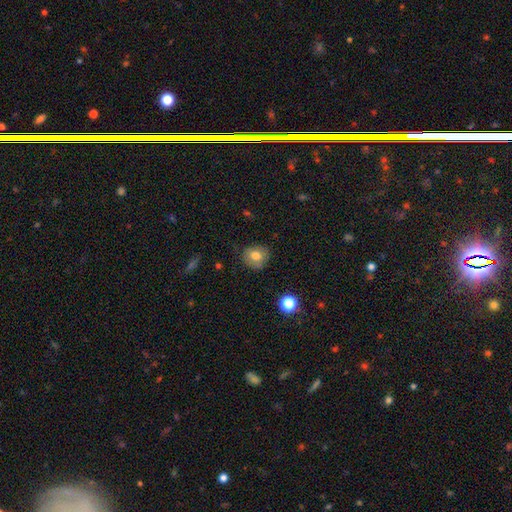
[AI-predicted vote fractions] The model was most divided on "how rounded": round: 75%, in between: 24%, cigar-shaped: 1%. More confident: merging — none (78%); smooth or featured — smooth (74%).